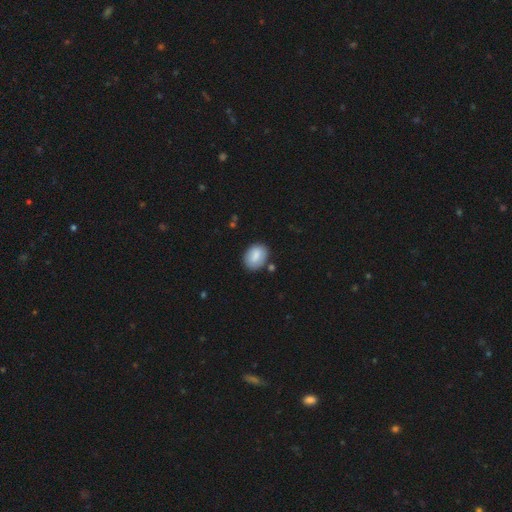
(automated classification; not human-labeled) Smooth or featured: smooth — 82% (featured or disk — 11%)
How rounded: in between — 70% (round — 29%)
Merging: none — 79% (minor disturbance — 13%)